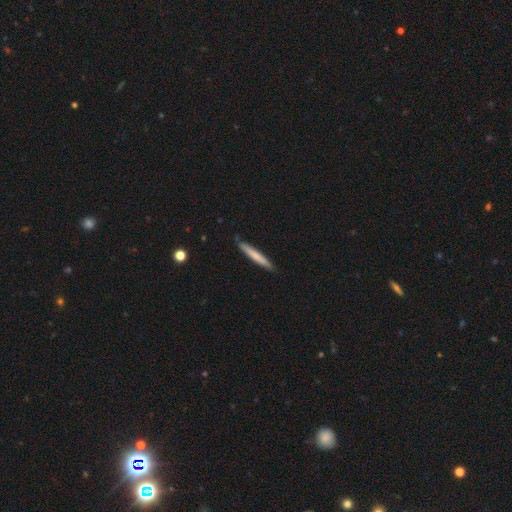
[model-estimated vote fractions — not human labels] Smooth or featured? Predicted: smooth (p=0.69). How rounded? Predicted: cigar-shaped (p=0.96). Merging? Predicted: none (p=0.88).